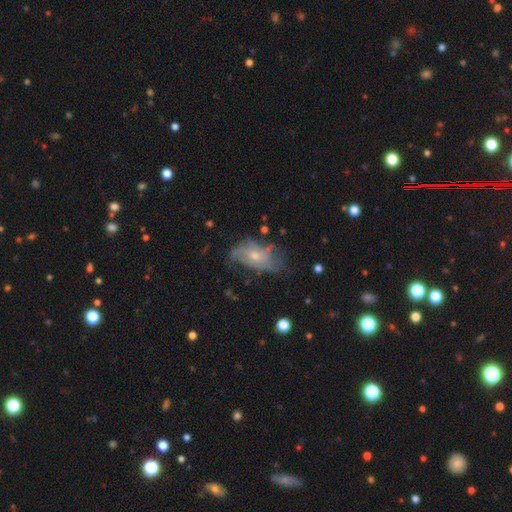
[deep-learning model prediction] Overall: featured or disk (63%; smooth 29%). Edge-on disk: no (94%). Bar: no (80%). Spiral arms: yes (65%; no 35%). Bulge size: moderate (47%; small 46%). Merging: none (47%; minor disturbance 28%).